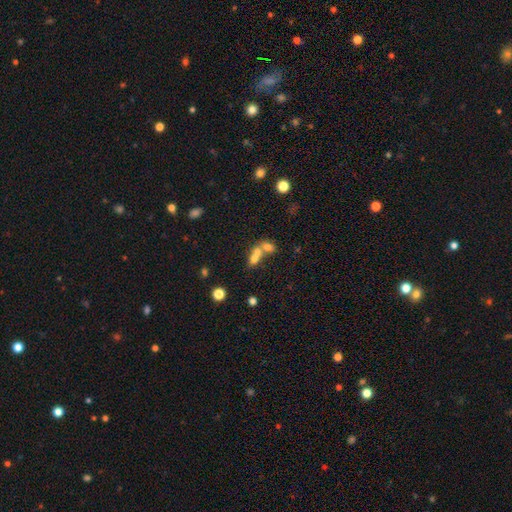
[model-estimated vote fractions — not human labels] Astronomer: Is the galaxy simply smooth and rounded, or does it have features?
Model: smooth — 64%.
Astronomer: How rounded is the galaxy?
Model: in between — 64%.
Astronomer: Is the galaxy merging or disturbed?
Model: merger — 69%.